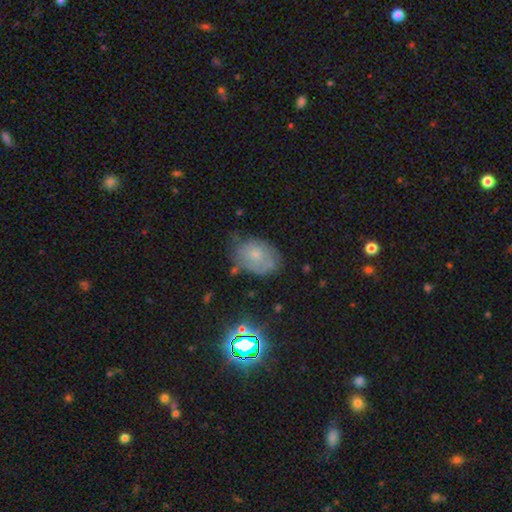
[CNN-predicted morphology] Smooth or featured? Predicted: smooth (p=0.60). How rounded? Predicted: in between (p=0.74). Merging? Predicted: none (p=0.56).